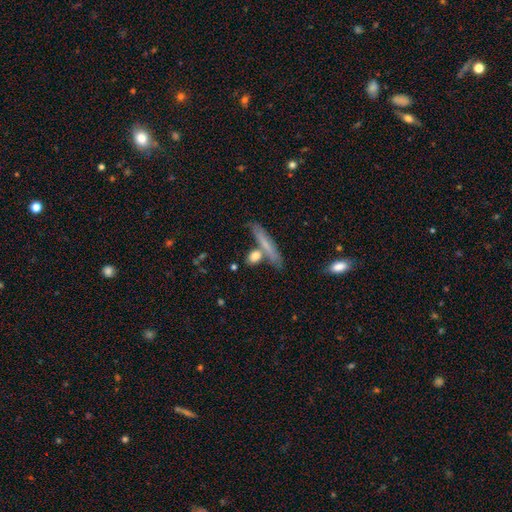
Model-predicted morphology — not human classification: Smooth or featured?
  - smooth: 74% *
  - featured or disk: 19%
  - star or artifact: 7%
How rounded?
  - cigar-shaped: 48% *
  - in between: 29%
  - round: 23%
Merging?
  - none: 58% *
  - merger: 23%
  - minor disturbance: 14%
  - major disturbance: 6%